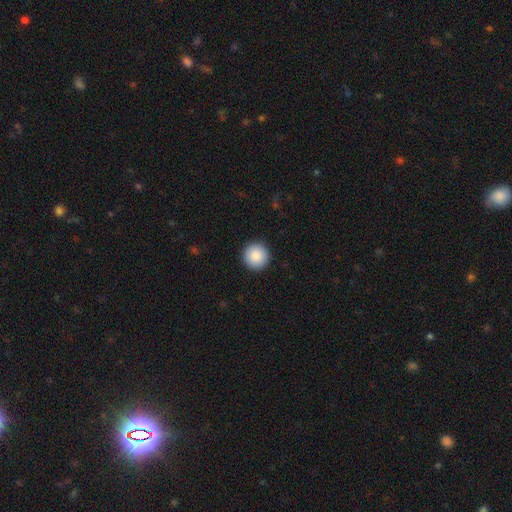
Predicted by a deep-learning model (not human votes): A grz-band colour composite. It shows a smooth galaxy with no disk features (87%) that is round (96%). Merging: none (93%).